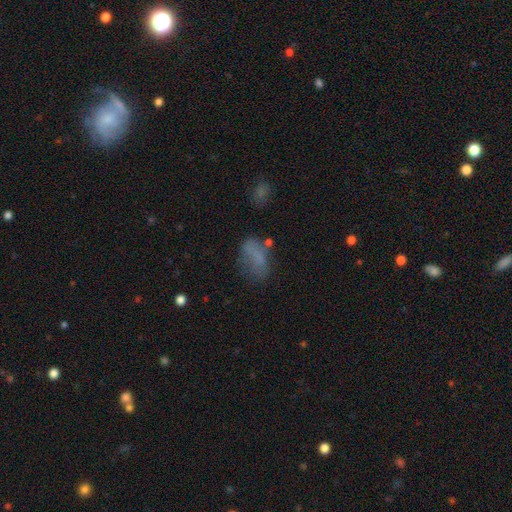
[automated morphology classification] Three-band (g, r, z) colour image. It shows a smooth galaxy with no disk features (66%) that is in between round and cigar-shaped (86%). Merging: none (45%).